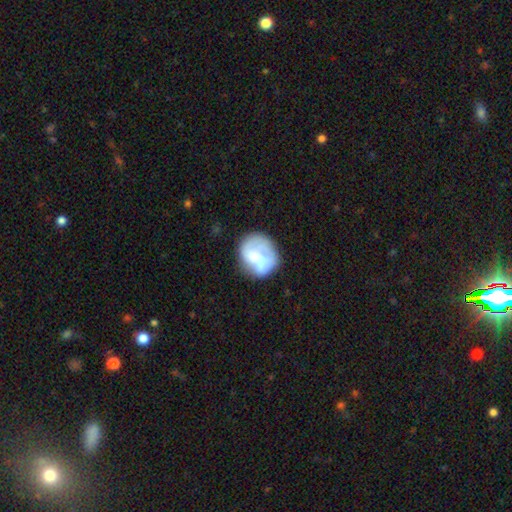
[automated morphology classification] Smooth or featured? Predicted: smooth (p=0.47). Merging? Predicted: none (p=0.51).